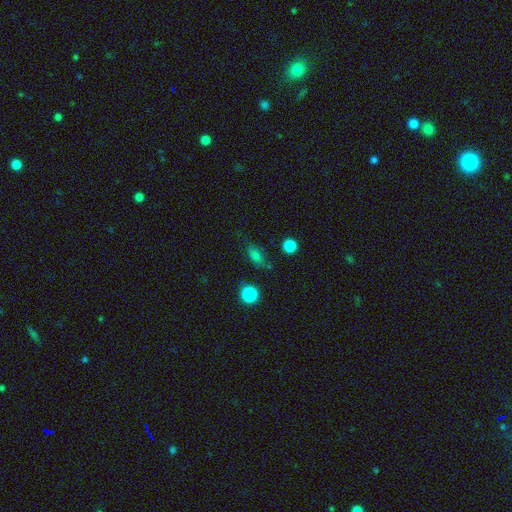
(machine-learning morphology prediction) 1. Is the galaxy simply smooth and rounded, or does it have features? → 73% smooth, 15% star or artifact, 12% featured or disk.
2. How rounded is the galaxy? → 69% in between, 16% round, 15% cigar-shaped.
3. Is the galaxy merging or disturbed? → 71% none, 19% minor disturbance, 7% major disturbance, 3% merger.